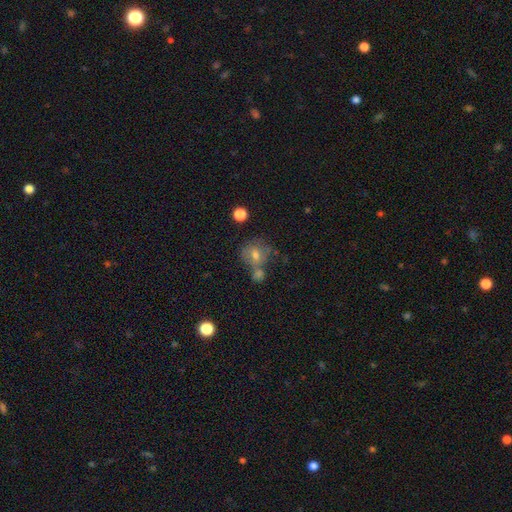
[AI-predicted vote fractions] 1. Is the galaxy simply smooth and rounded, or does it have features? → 61% smooth, 24% featured or disk, 14% star or artifact.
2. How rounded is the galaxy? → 77% round, 22% in between, 1% cigar-shaped.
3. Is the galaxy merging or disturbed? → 46% none, 32% merger, 15% minor disturbance, 7% major disturbance.